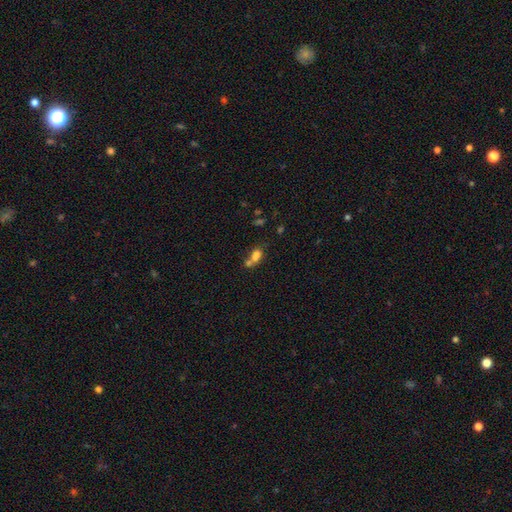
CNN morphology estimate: smooth_or_featured: smooth (p=0.73) [alt: star or artifact p=0.14]
how_rounded: in between (p=0.69) [alt: round p=0.27]
merging: merger (p=0.55) [alt: none p=0.30]